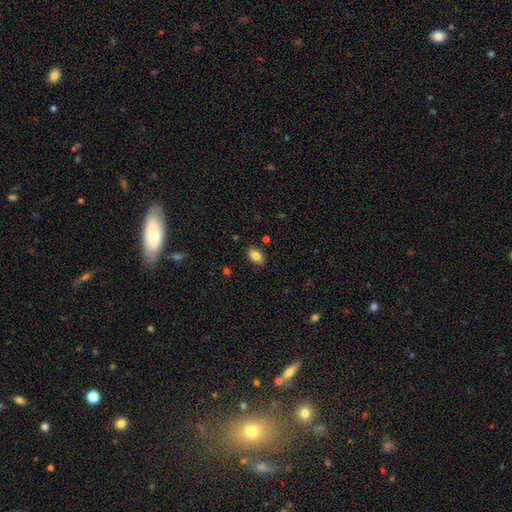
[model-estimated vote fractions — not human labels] Q: Smooth or featured?
A: smooth (84%); runner-up: star or artifact (9%)
Q: How rounded?
A: in between (87%); runner-up: round (12%)
Q: Merging?
A: none (86%); runner-up: minor disturbance (10%)